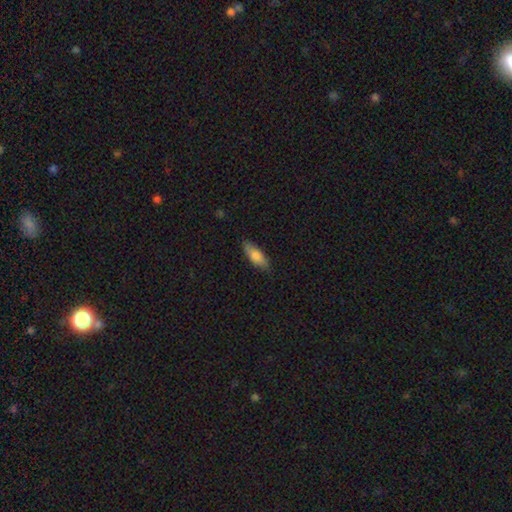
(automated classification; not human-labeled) Overall: smooth (79%). How rounded: in between (65%; cigar-shaped 33%). Merging: none (85%).